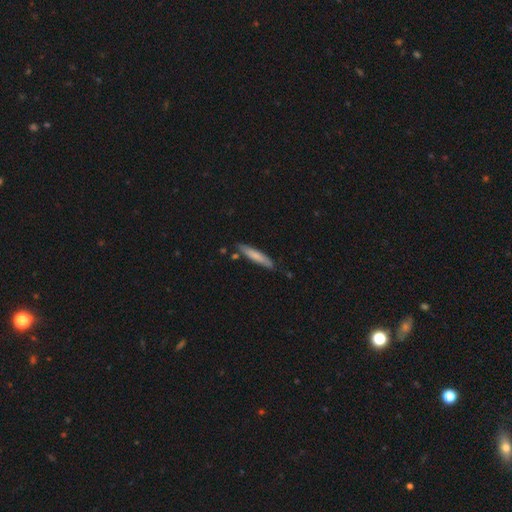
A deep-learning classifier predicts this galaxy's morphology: Smooth or featured? Predicted: smooth (p=0.73). How rounded? Predicted: cigar-shaped (p=0.88). Merging? Predicted: none (p=0.80).